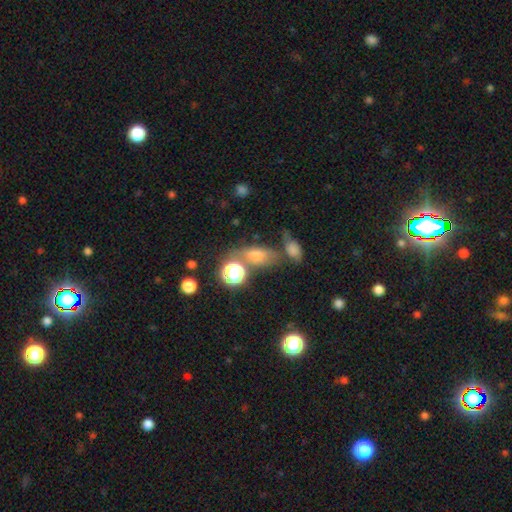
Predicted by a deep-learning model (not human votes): A smooth galaxy with no disk features (63%) that is in between round and cigar-shaped (73%).

Vote fractions:
- Smooth or featured? smooth: 63% / star or artifact: 20% / featured or disk: 16%
- How rounded? in between: 73% / round: 20% / cigar-shaped: 7%
- Merging? none: 50% / merger: 21% / minor disturbance: 18% / major disturbance: 11%